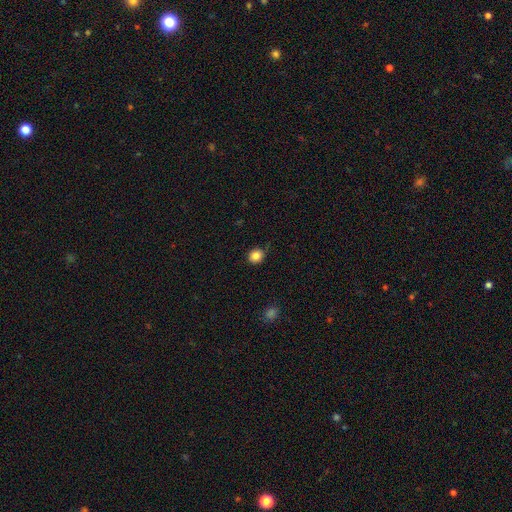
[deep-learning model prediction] Smooth or featured?
  - smooth: 84% *
  - star or artifact: 11%
  - featured or disk: 5%
How rounded?
  - round: 83% *
  - in between: 16%
  - cigar-shaped: 1%
Merging?
  - none: 79% *
  - minor disturbance: 16%
  - major disturbance: 3%
  - merger: 2%